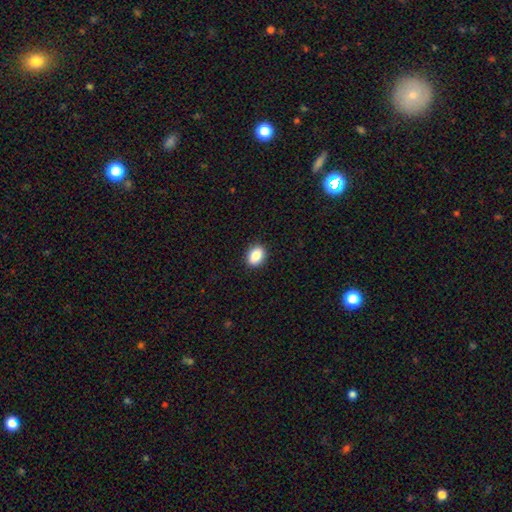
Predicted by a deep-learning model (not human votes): Smooth or featured?
  - smooth: 87% *
  - star or artifact: 8%
  - featured or disk: 4%
How rounded?
  - in between: 71% *
  - round: 28%
  - cigar-shaped: 1%
Merging?
  - none: 90% *
  - minor disturbance: 7%
  - major disturbance: 2%
  - merger: 1%